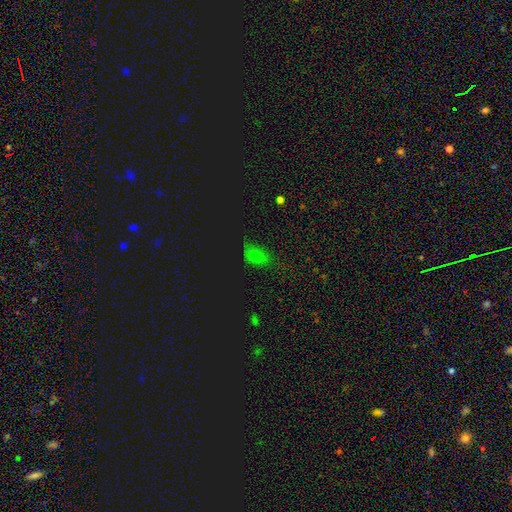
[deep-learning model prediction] This appears to be a smooth galaxy with no disk features (56%) that is in between round and cigar-shaped (69%). Merging: none (58%).